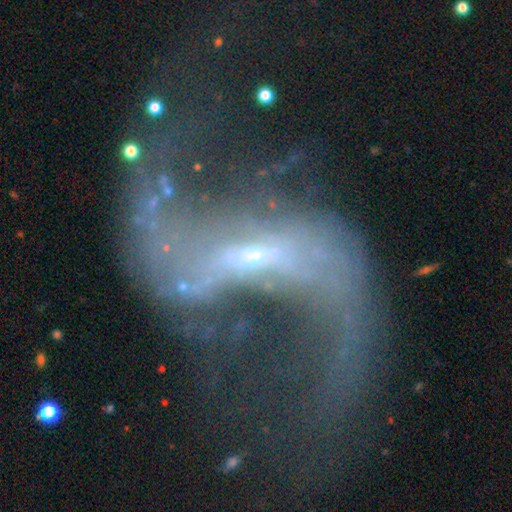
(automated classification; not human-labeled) Overall: featured or disk (84%). Edge-on disk: no (94%). Bar: weak (36%, tied with strong). Spiral arms: yes (82%). Spiral arm count: 2 (82%). Spiral winding: loose (83%). Bulge size: small (71%). Merging: major disturbance (45%; none 30%).